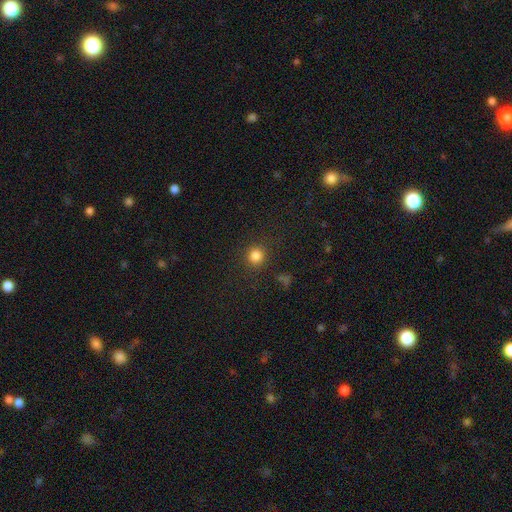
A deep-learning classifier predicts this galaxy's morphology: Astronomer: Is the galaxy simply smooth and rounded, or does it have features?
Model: smooth — 83%.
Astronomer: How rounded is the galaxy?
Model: round — 92%.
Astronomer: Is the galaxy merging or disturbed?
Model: none — 87%.